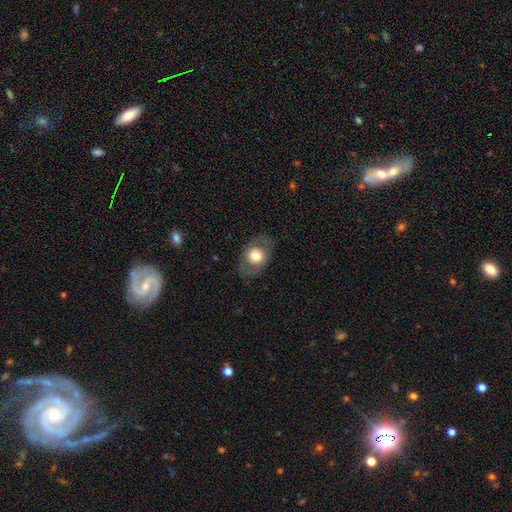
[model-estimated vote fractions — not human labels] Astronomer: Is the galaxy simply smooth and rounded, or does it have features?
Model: smooth — 61%.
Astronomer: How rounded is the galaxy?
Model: in between — 60% (runner-up: round, 38%).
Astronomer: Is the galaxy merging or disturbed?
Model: none — 80%.